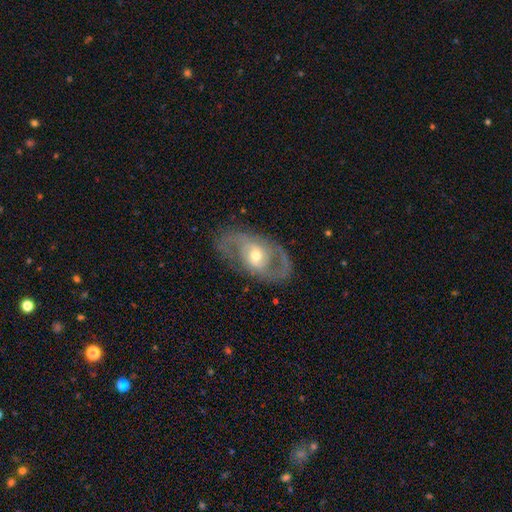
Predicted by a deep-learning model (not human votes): A featured or disk galaxy (83%) with no bar (52%), 2 (86%) medium (52%) spiral arms (86%) and a moderate central bulge (61%).

Vote fractions:
- Smooth or featured? featured or disk: 83% / smooth: 11% / star or artifact: 5%
- Edge-on disk? no: 95% / yes: 5%
- Bar? no: 52% / weak: 36% / strong: 12%
- Spiral arms? yes: 86% / no: 14%
- Spiral winding? medium: 52% / tight: 25% / loose: 24%
- Spiral arm count? 2: 86% / can't tell: 7% / 1: 3% / 3: 2% / 4: 1% / more than 4: 1%
- Bulge size? moderate: 61% / small: 32% / large: 5% / dominant: 1% / none: 1%
- Merging? none: 77% / minor disturbance: 14% / major disturbance: 8% / merger: 1%